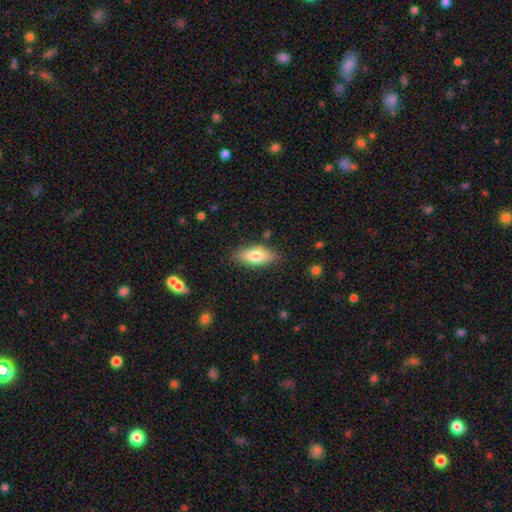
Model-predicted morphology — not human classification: Overall: smooth (75%). How rounded: in between (76%). Merging: none (83%).